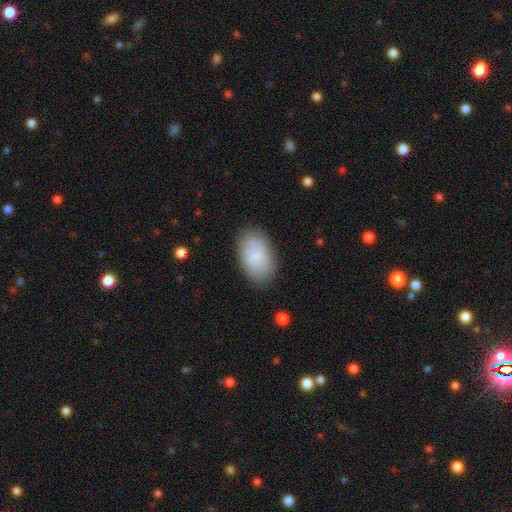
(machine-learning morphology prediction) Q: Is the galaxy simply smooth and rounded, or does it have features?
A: smooth — 75%.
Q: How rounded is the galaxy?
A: in between — 92%.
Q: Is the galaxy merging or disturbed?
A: none — 82%.